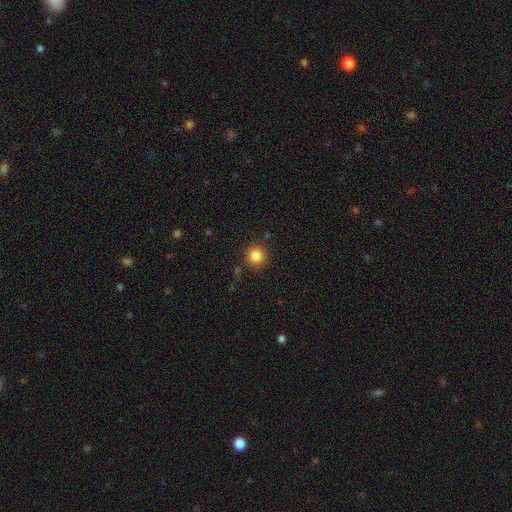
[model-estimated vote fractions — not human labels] Overall: smooth (84%). How rounded: round (93%). Merging: none (86%).